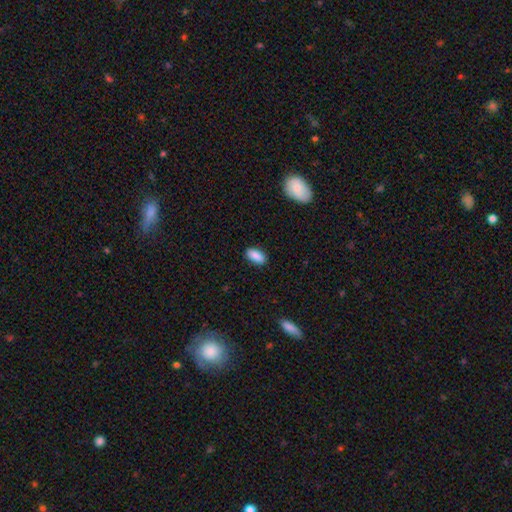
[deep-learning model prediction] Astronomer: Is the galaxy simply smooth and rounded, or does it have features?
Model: smooth — 89%.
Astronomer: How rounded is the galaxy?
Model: in between — 88%.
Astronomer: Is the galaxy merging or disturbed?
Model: none — 86%.